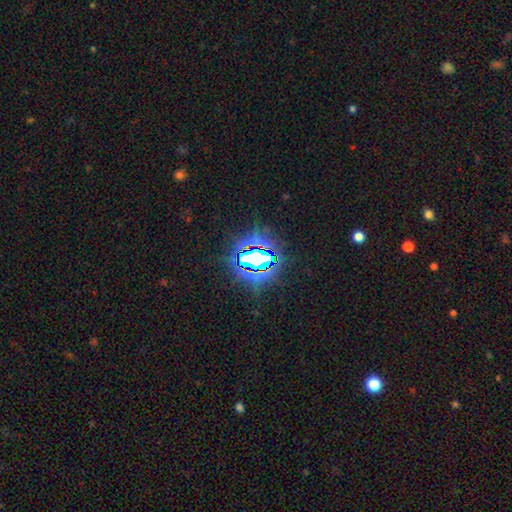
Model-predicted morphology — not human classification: This is likely a star or artifact rather than a galaxy (80%).